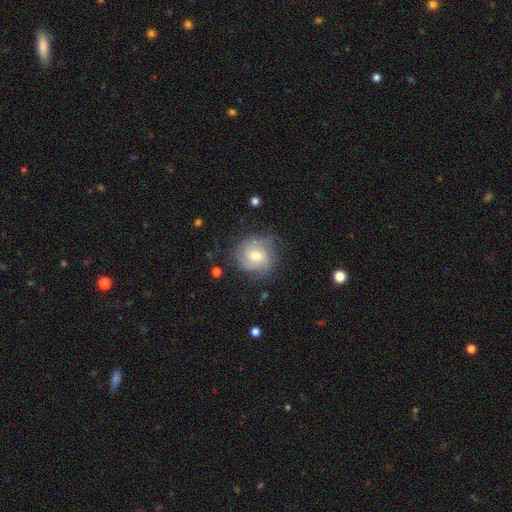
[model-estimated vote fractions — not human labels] A featured or disk galaxy (66%) with no bar (61%), tight (50%) spiral arms (89%) and a moderate central bulge (65%). Merging: none (68%).